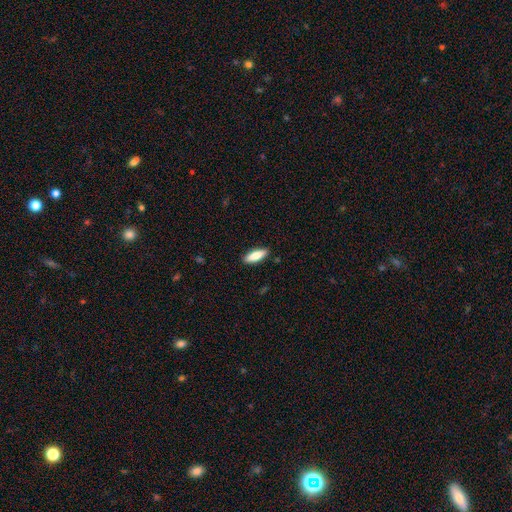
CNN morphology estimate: smooth_or_featured: smooth (p=0.83) [alt: featured or disk p=0.12]
how_rounded: in between (p=0.57) [alt: cigar-shaped p=0.41]
merging: none (p=0.88) [alt: minor disturbance p=0.09]